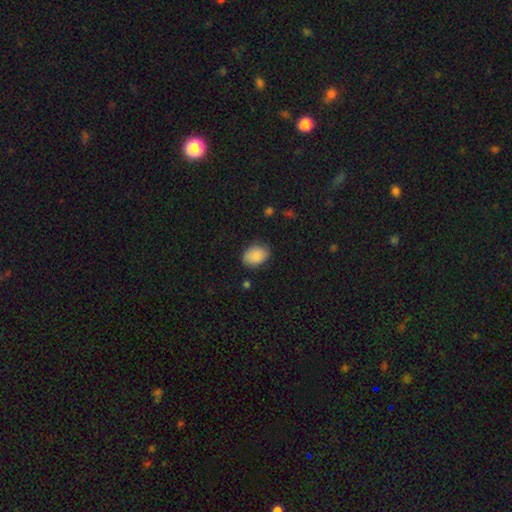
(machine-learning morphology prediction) This is clearly a smooth galaxy (89%). How rounded: likely in between (76%). Merging: clearly none (80%).